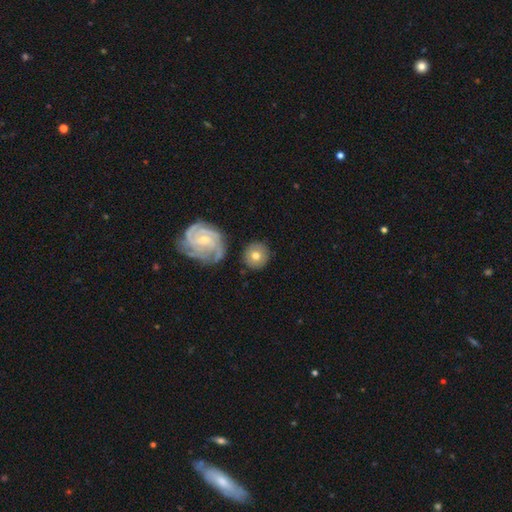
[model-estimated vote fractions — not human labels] smooth-or-featured: smooth: 59% | featured or disk: 34% | star or artifact: 7%
  how-rounded: round: 91% | in between: 8% | cigar-shaped: 1%
  merging: none: 82% | minor disturbance: 9% | merger: 6% | major disturbance: 3%